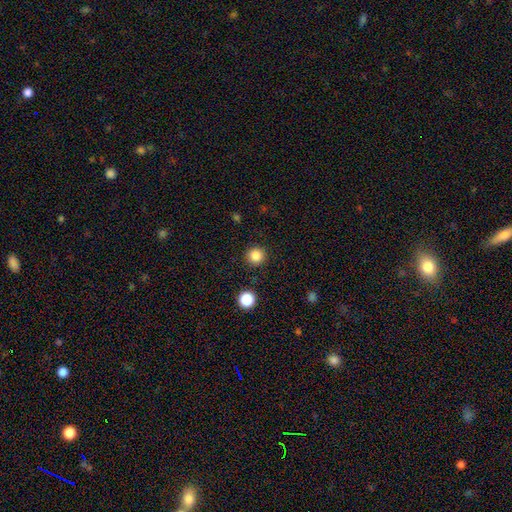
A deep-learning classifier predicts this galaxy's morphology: Smooth or featured? Predicted: smooth (p=0.84). How rounded? Predicted: round (p=0.95). Merging? Predicted: none (p=0.91).